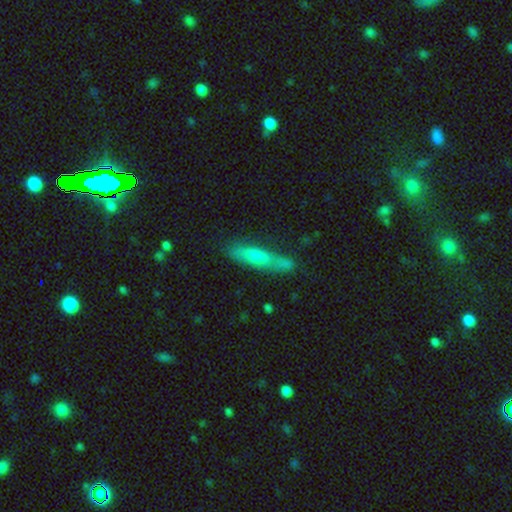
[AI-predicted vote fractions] A smooth galaxy with no disk features (67%) that is cigar-shaped (79%). Merging: none (63%).